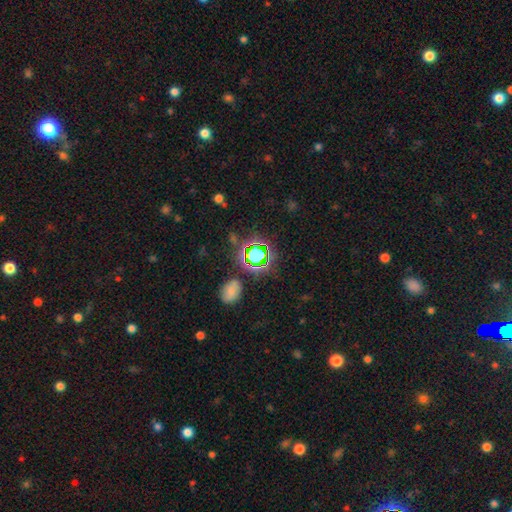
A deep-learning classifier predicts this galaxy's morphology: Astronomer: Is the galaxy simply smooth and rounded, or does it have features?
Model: star or artifact — 64%.